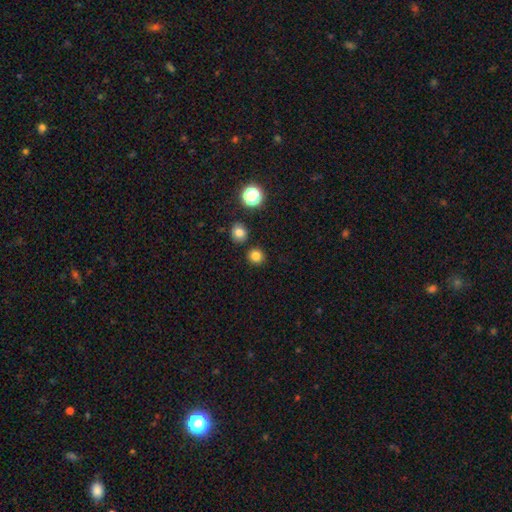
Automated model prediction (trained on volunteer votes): The model was most divided on "smooth or featured": smooth: 80%, star or artifact: 15%, featured or disk: 4%. More confident: how rounded — round (89%); merging — none (86%).